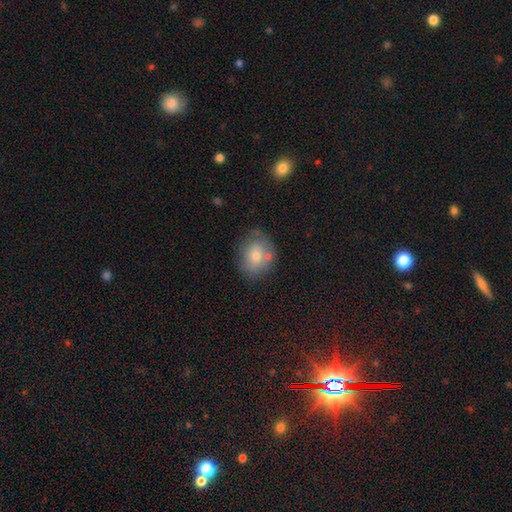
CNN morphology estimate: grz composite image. It shows a smooth galaxy with no disk features (71%) that is round (54%). Merging: none (64%).